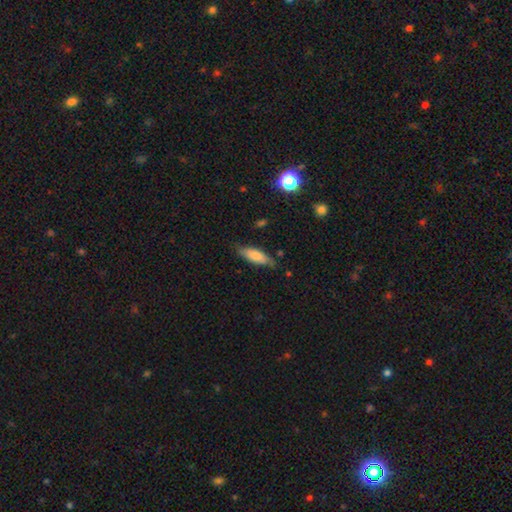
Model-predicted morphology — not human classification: A smooth galaxy with no disk features (75%) that is in between round and cigar-shaped (61%).

Vote fractions:
- Smooth or featured? smooth: 75% / featured or disk: 18% / star or artifact: 6%
- How rounded? in between: 61% / cigar-shaped: 38% / round: 2%
- Merging? none: 73% / minor disturbance: 21% / major disturbance: 4% / merger: 2%